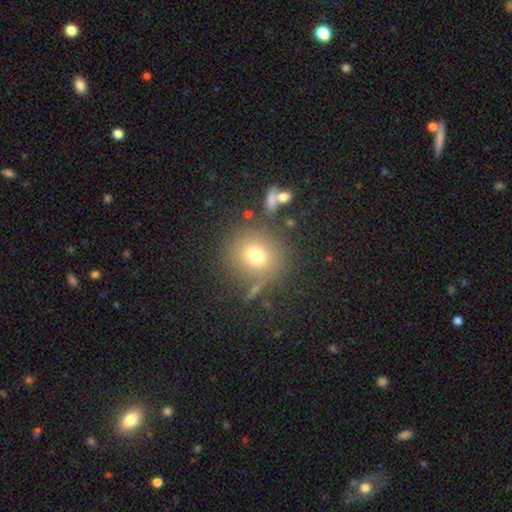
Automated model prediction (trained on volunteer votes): Smooth or featured? Predicted: smooth (p=0.72). How rounded? Predicted: round (p=0.85). Merging? Predicted: none (p=0.78).